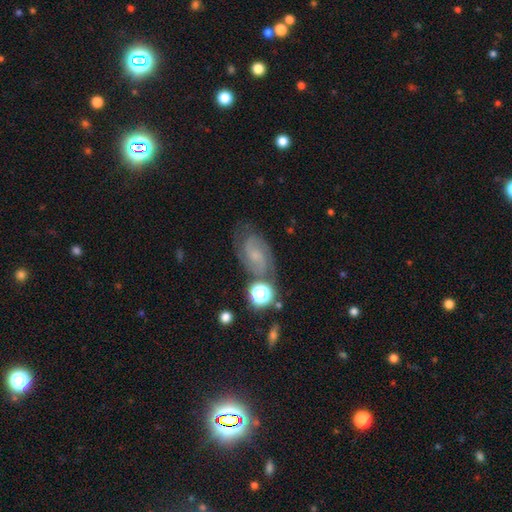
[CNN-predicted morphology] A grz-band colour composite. It shows a featured or disk galaxy (75%) with no bar (47%), 2 (82%) medium (49%) spiral arms (96%) and a small central bulge (61%). Merging: none (71%).